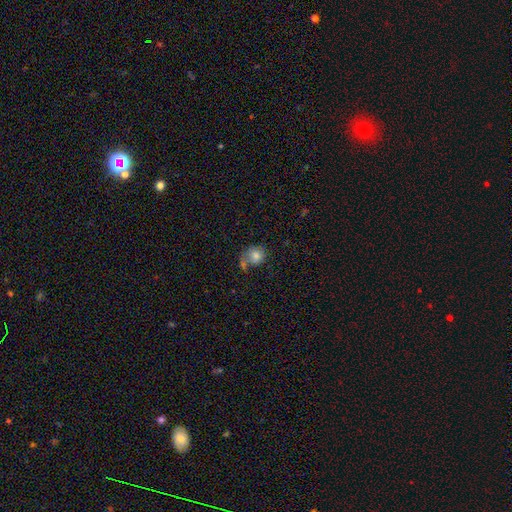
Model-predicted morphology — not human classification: Smooth or featured? smooth (75%)
How rounded? round (70%)
Merging? none (40%)